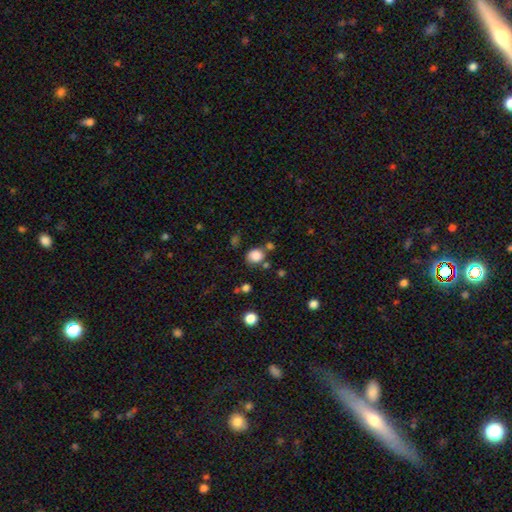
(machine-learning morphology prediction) Smooth or featured?
  - smooth: 84% *
  - star or artifact: 12%
  - featured or disk: 5%
How rounded?
  - round: 73% *
  - in between: 26%
  - cigar-shaped: 1%
Merging?
  - none: 68% *
  - minor disturbance: 16%
  - merger: 10%
  - major disturbance: 6%